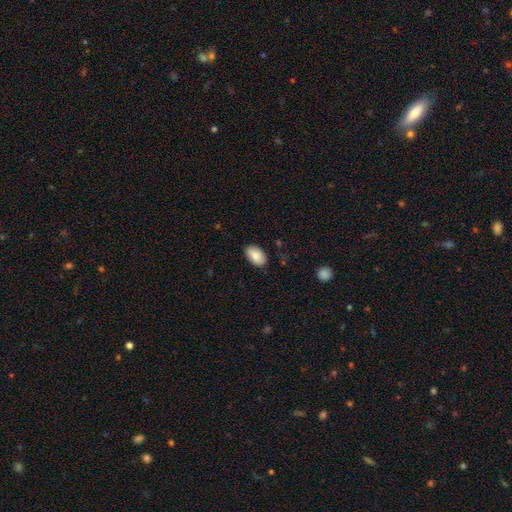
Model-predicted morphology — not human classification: Smooth or featured: smooth — 85% (featured or disk — 9%)
How rounded: in between — 94% (round — 5%)
Merging: none — 82% (minor disturbance — 14%)